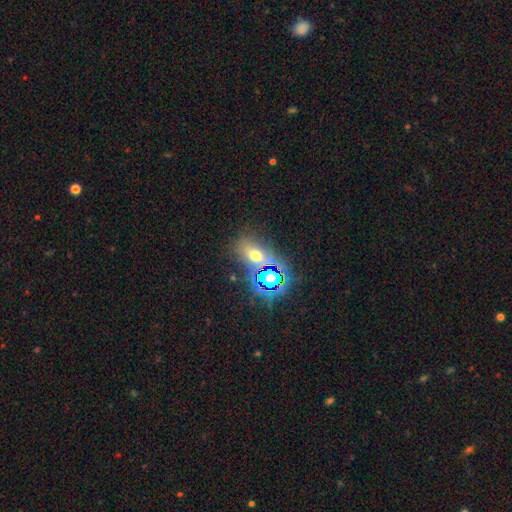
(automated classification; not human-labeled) A smooth galaxy with no disk features (46%). Merging: none (71%).